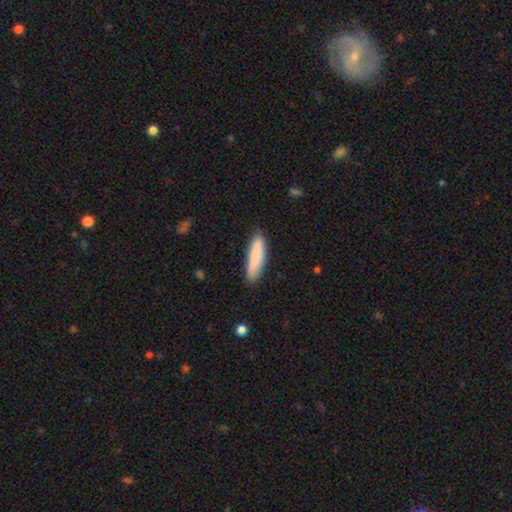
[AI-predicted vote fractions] A smooth galaxy with no disk features (85%) that is cigar-shaped (73%).

Vote fractions:
- Smooth or featured? smooth: 85% / featured or disk: 10% / star or artifact: 6%
- How rounded? cigar-shaped: 73% / in between: 25% / round: 1%
- Merging? none: 86% / minor disturbance: 11% / major disturbance: 2% / merger: 1%